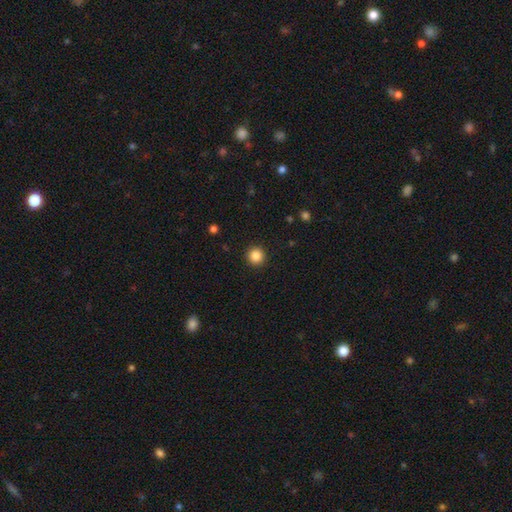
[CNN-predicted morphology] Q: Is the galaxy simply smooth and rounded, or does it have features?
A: smooth — 86%.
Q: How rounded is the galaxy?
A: round — 95%.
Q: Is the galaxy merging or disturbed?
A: none — 93%.